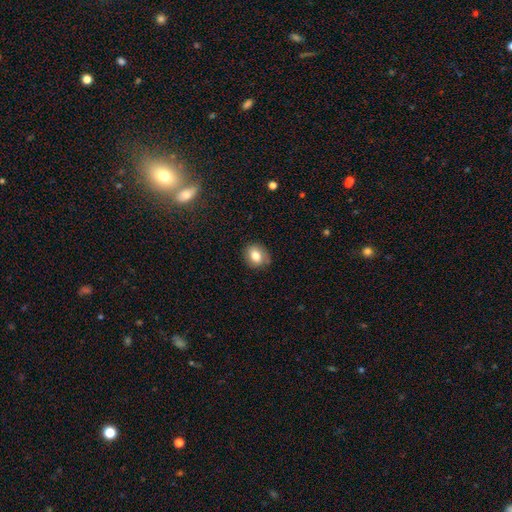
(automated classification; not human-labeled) smooth 78%, featured or disk 13%, star or artifact 9%. Down the decision tree: how rounded — round (58%); merging — none (79%).